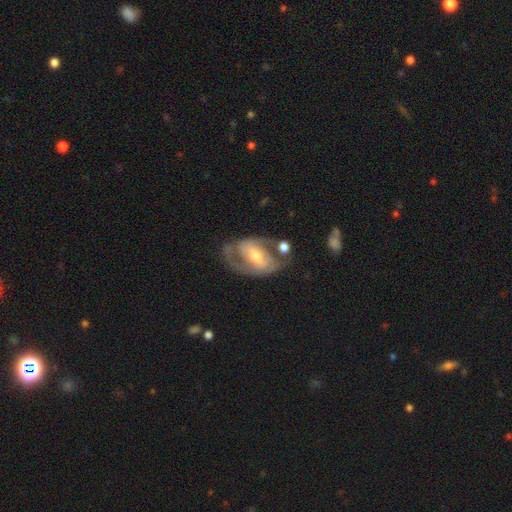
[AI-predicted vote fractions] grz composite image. It shows a featured or disk galaxy (79%) with a strong bar (41%), 2 (78%) medium (48%) spiral arms (79%) and a moderate central bulge (58%). Merging: none (54%).